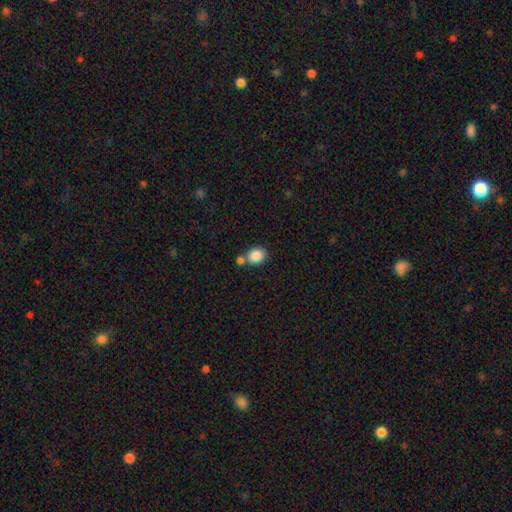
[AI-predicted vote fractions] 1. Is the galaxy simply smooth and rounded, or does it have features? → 86% smooth, 9% star or artifact, 6% featured or disk.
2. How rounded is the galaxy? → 62% round, 37% in between, 1% cigar-shaped.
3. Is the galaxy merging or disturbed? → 57% none, 29% merger, 11% minor disturbance, 3% major disturbance.